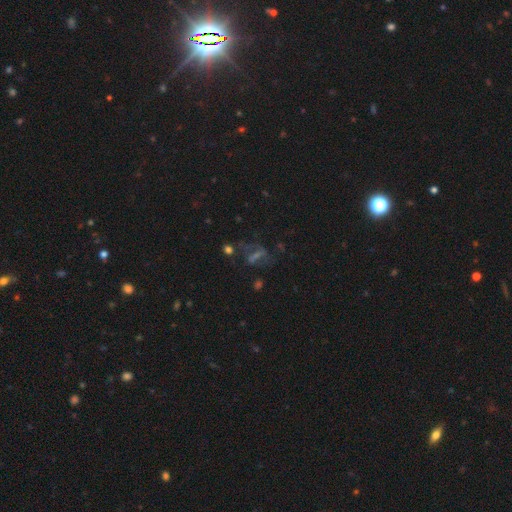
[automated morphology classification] Smooth or featured? Predicted: star or artifact (p=0.40).